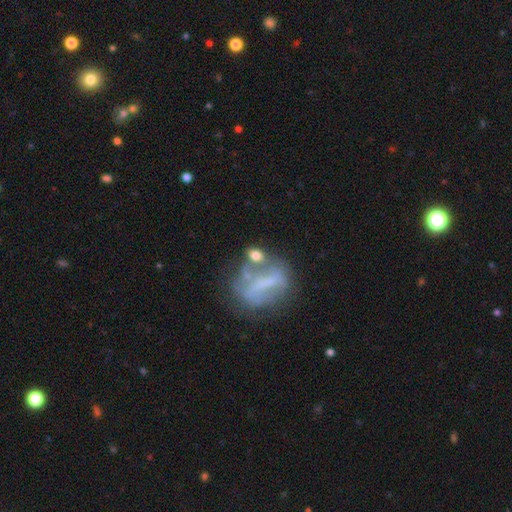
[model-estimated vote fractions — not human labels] This appears to be a smooth galaxy with no disk features (52%) that is in between round and cigar-shaped (60%). Merging: none (36%).